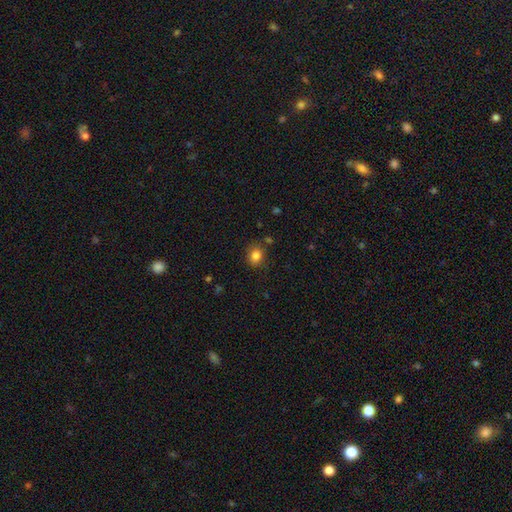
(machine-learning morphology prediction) type=smooth (83%); roundness=round (60%); merging=none (79%).